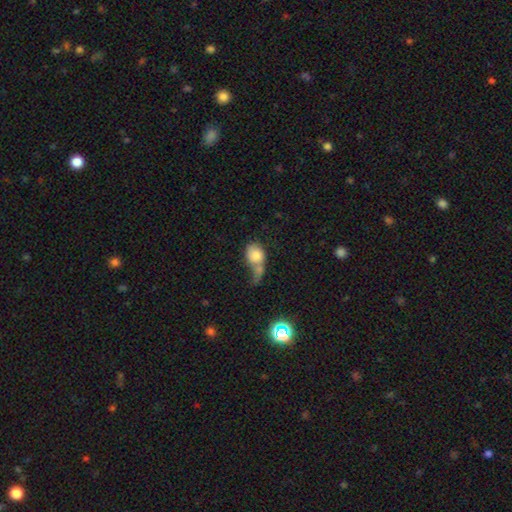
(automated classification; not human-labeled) This appears to be a smooth galaxy with no disk features (75%) that is in between round and cigar-shaped (57%). Merging: merger (52%).